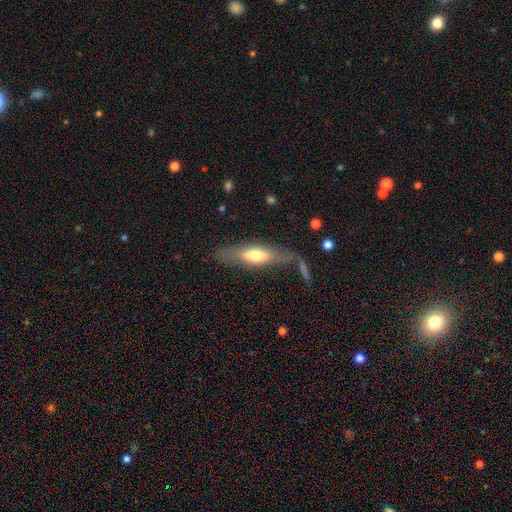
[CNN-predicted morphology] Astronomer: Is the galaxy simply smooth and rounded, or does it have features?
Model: smooth — 54% (runner-up: featured or disk, 40%).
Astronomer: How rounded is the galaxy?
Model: cigar-shaped — 56% (runner-up: in between, 41%).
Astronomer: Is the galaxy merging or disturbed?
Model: none — 59%.